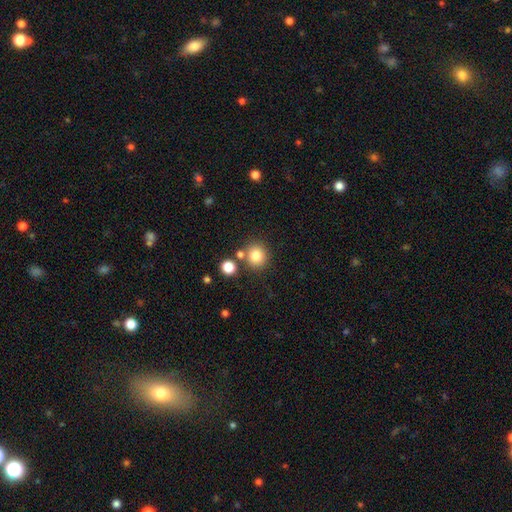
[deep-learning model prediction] Smooth or featured? smooth (83%)
How rounded? round (88%)
Merging? none (75%)